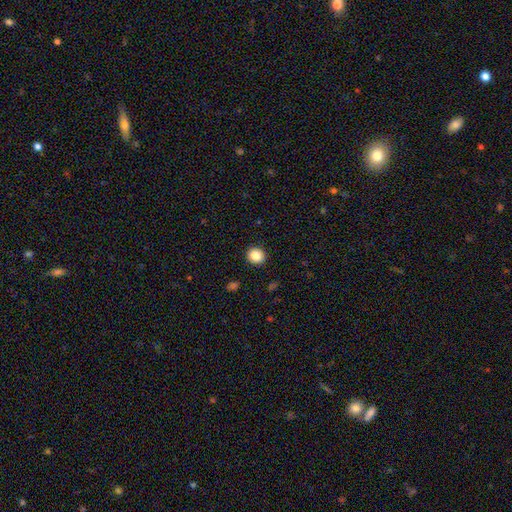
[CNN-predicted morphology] smooth 85%, star or artifact 10%, featured or disk 5%. Down the decision tree: how rounded — round (83%); merging — none (92%).